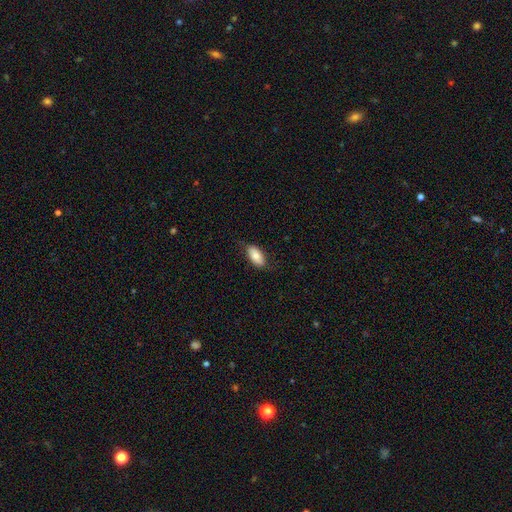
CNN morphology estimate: A smooth galaxy with no disk features (82%) that is in between round and cigar-shaped (92%). Merging: none (77%).